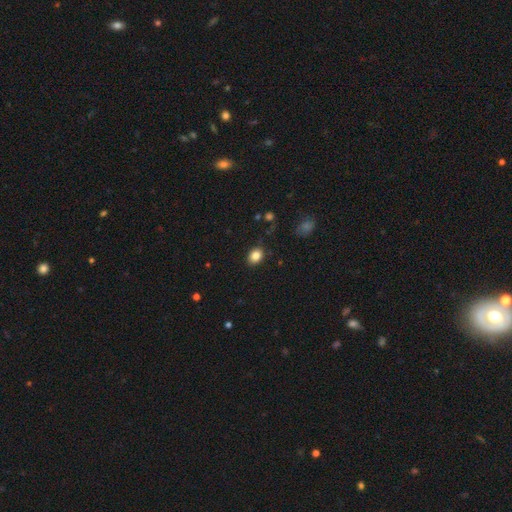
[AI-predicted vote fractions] A smooth galaxy with no disk features (84%) that is in between round and cigar-shaped (60%).

Vote fractions:
- Smooth or featured? smooth: 84% / star or artifact: 10% / featured or disk: 6%
- How rounded? in between: 60% / round: 39% / cigar-shaped: 1%
- Merging? none: 87% / minor disturbance: 10% / major disturbance: 2% / merger: 1%